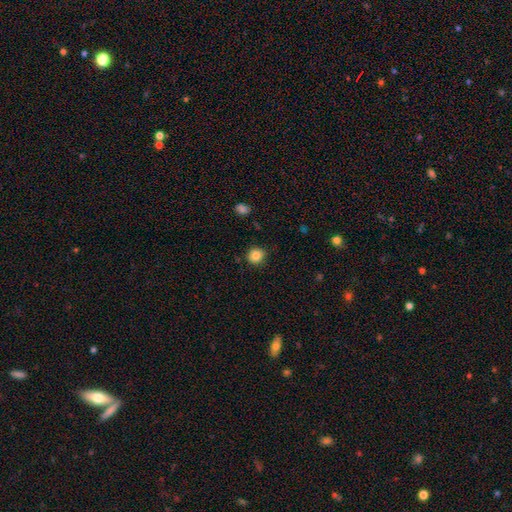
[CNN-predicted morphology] The model was most divided on "smooth or featured": smooth: 85%, star or artifact: 10%, featured or disk: 5%. More confident: how rounded — round (88%); merging — none (87%).